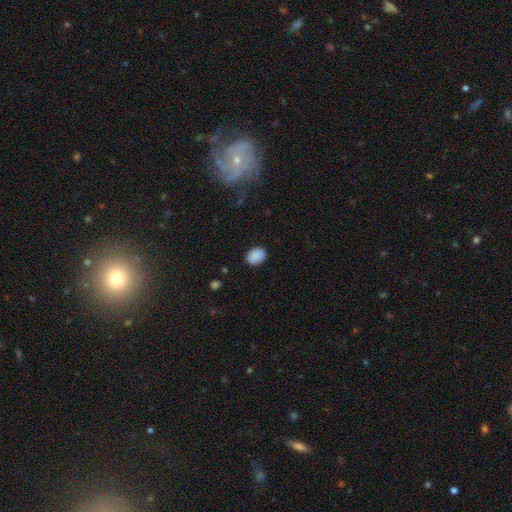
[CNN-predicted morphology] Q: Smooth or featured?
A: smooth (88%); runner-up: star or artifact (8%)
Q: How rounded?
A: in between (70%); runner-up: round (29%)
Q: Merging?
A: none (85%); runner-up: minor disturbance (12%)